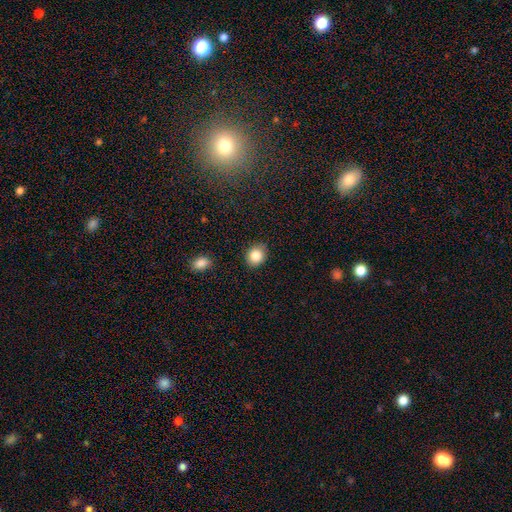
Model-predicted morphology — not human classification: This appears to be a smooth galaxy with no disk features (85%) that is round (64%). Merging: none (87%).